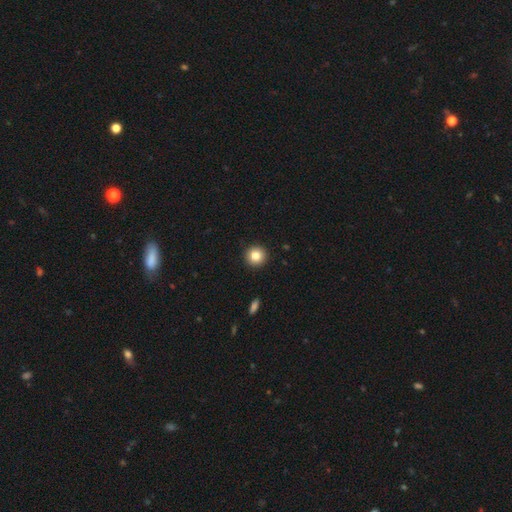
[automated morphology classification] type=smooth (83%); roundness=round (95%); merging=none (92%).